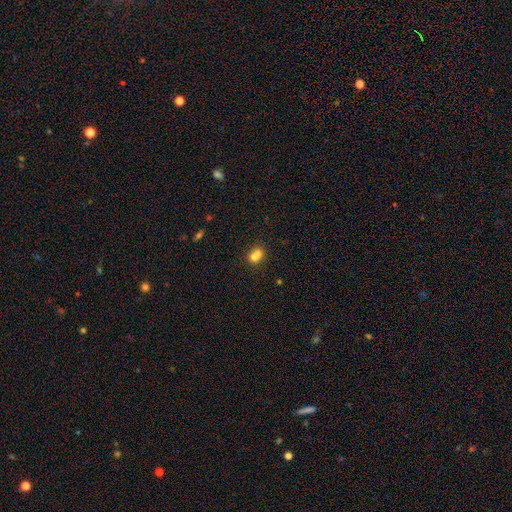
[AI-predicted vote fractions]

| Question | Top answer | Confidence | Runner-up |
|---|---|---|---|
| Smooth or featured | smooth | 70% | featured or disk (18%) |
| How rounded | round | 66% | in between (32%) |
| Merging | merger | 63% | none (28%) |